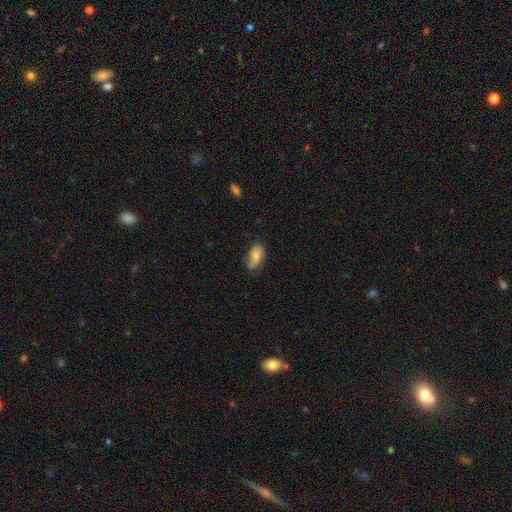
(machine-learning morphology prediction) Smooth or featured: smooth — 56% (featured or disk — 36%)
How rounded: in between — 91% (round — 4%)
Merging: none — 61% (minor disturbance — 29%)